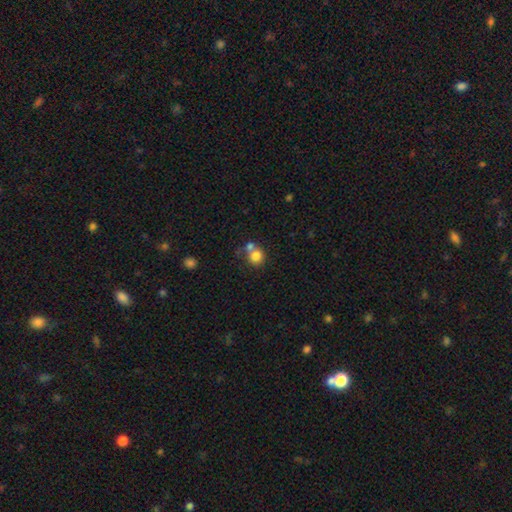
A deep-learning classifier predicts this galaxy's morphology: The model was most divided on "merging": none: 47%, merger: 40%, minor disturbance: 9%, major disturbance: 4%. More confident: how rounded — round (83%); smooth or featured — smooth (79%).